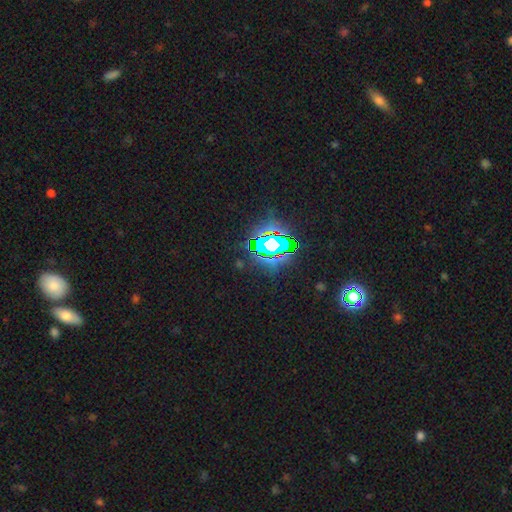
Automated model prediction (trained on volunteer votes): smooth_or_featured: star or artifact (p=0.82) [alt: smooth p=0.11]